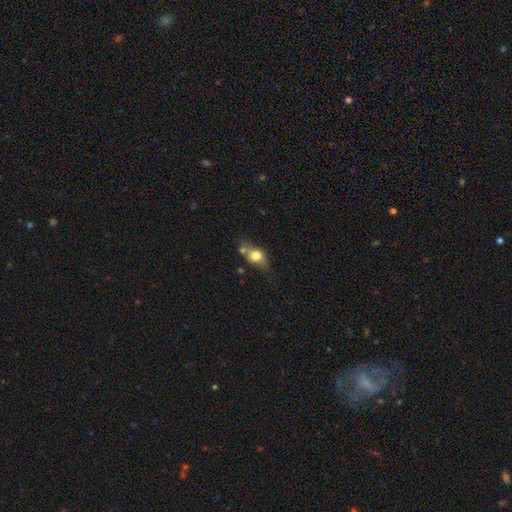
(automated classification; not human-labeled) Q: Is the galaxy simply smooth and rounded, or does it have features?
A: smooth — 66%.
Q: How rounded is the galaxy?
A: in between — 60%.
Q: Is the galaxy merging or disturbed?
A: none — 51%.